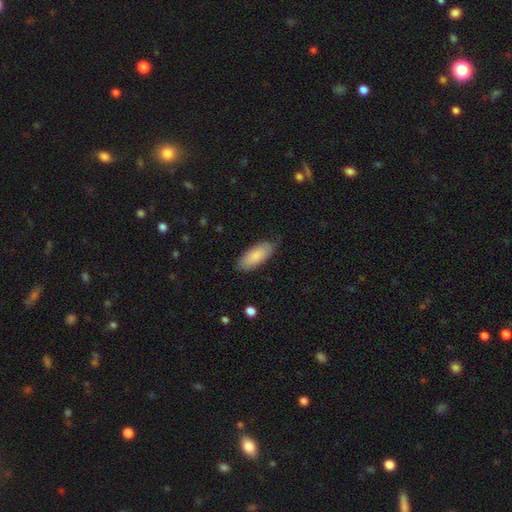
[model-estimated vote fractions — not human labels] A smooth galaxy with no disk features (86%) that is in between round and cigar-shaped (80%). Merging: none (82%).